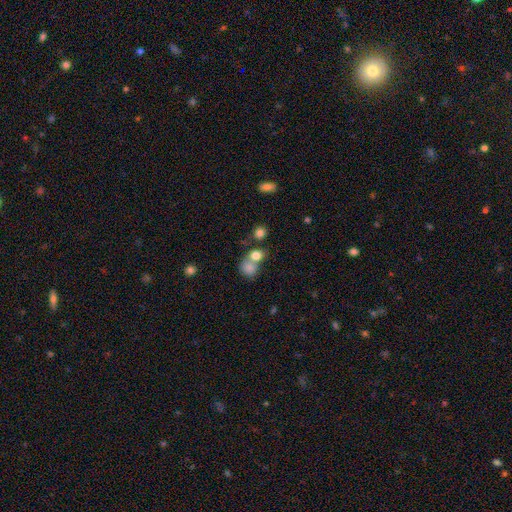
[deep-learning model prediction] This is likely a smooth galaxy (79%). How rounded: likely round (70%). Merging: possibly merger (45%).